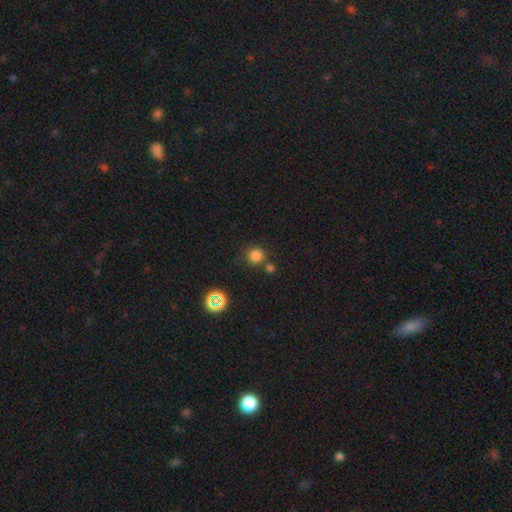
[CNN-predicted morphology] Smooth or featured? Predicted: smooth (p=0.78). How rounded? Predicted: round (p=0.92). Merging? Predicted: none (p=0.70).